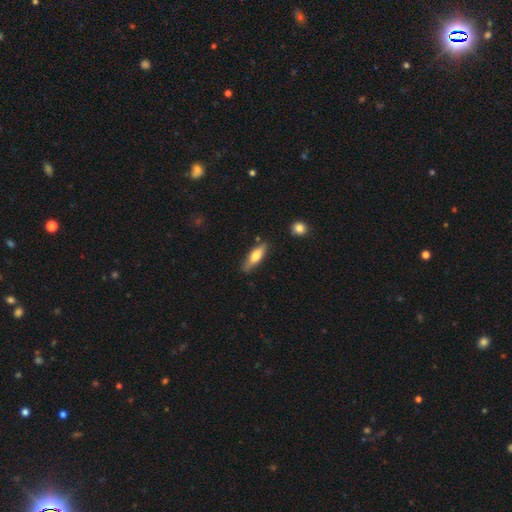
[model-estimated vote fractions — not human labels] Q: Smooth or featured?
A: smooth (60%); runner-up: featured or disk (34%)
Q: How rounded?
A: cigar-shaped (55%); runner-up: in between (42%)
Q: Merging?
A: none (81%); runner-up: minor disturbance (14%)